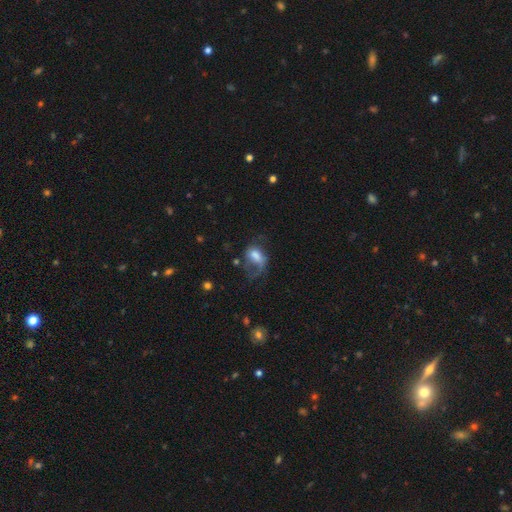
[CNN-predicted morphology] Overall: smooth (52%; featured or disk 38%). How rounded: in between (79%). Merging: major disturbance (50%; none 24%).